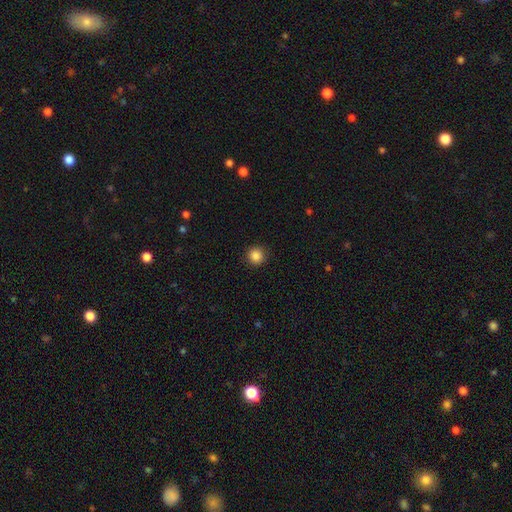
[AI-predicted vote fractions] Q: Smooth or featured?
A: smooth (86%); runner-up: star or artifact (10%)
Q: How rounded?
A: round (94%); runner-up: in between (5%)
Q: Merging?
A: none (90%); runner-up: minor disturbance (7%)